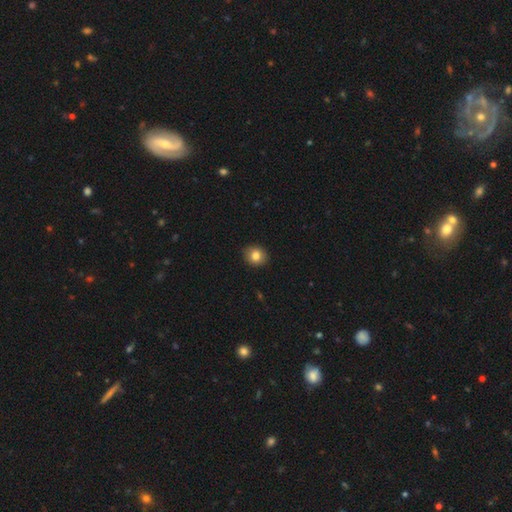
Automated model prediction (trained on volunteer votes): This appears to be a smooth galaxy with no disk features (82%) that is round (74%). Merging: none (90%).